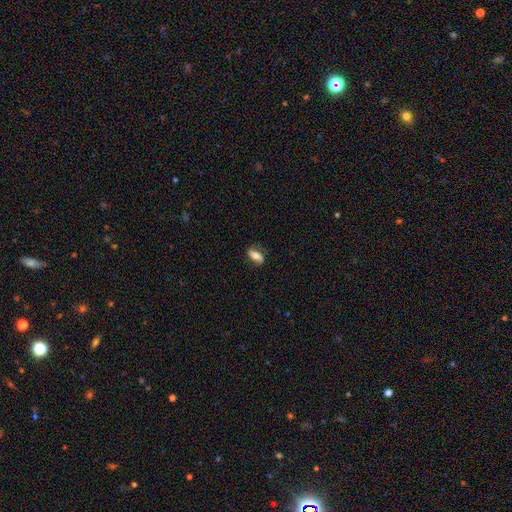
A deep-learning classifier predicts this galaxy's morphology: This is possibly a smooth galaxy (55%). How rounded: clearly in between (83%). Merging: likely none (72%).